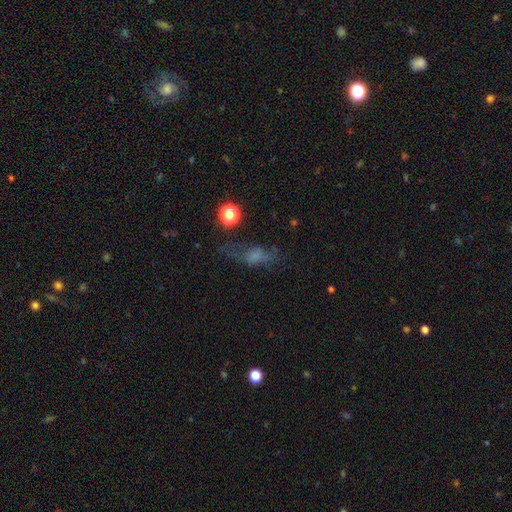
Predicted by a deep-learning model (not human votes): Smooth or featured? smooth (48%)
Merging? none (49%)